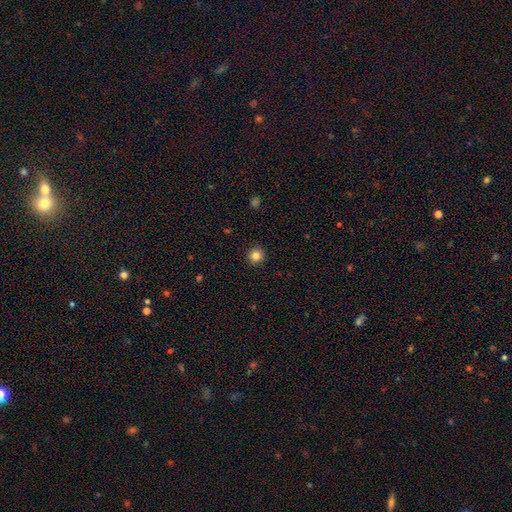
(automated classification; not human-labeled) Morphology: type=smooth (83%); roundness=round (94%); merging=none (92%).